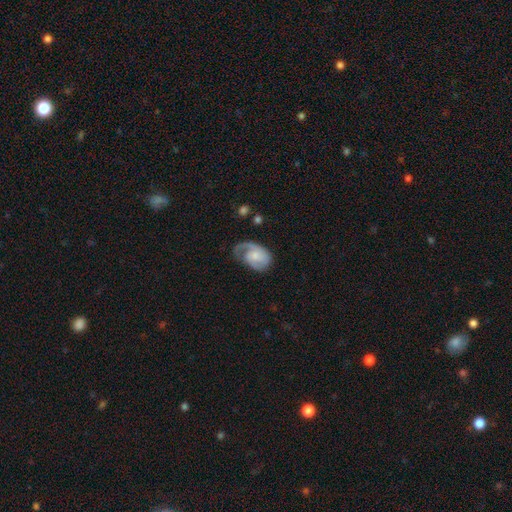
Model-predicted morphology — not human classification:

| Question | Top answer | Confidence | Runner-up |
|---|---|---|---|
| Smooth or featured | featured or disk | 72% | smooth (22%) |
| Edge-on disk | no | 97% | yes (3%) |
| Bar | no | 67% | weak (29%) |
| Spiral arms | yes | 92% | no (8%) |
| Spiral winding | medium | 41% | tight (37%) |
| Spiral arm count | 1 | 43% | 2 (40%) |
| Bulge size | small | 48% | moderate (35%) |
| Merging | none | 49% | minor disturbance (26%) |